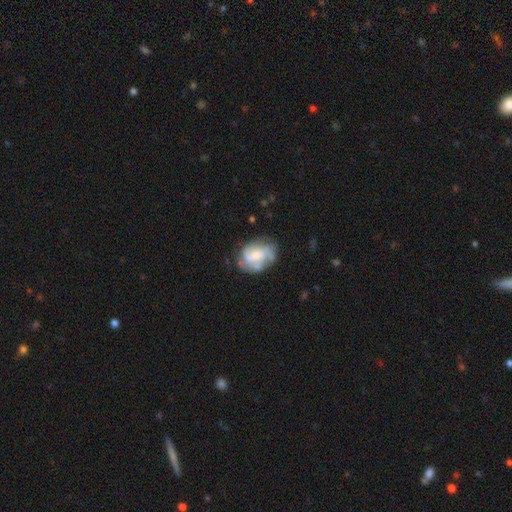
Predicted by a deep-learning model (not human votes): Smooth or featured?
  - featured or disk: 69% *
  - smooth: 24%
  - star or artifact: 7%
Edge-on disk?
  - no: 98% *
  - yes: 2%
Bar?
  - no: 59% *
  - weak: 34%
  - strong: 7%
Spiral arms?
  - yes: 85% *
  - no: 15%
Spiral winding?
  - medium: 42% *
  - tight: 39%
  - loose: 18%
Spiral arm count?
  - 2: 33% *
  - can't tell: 27%
  - 3: 26%
  - 4: 6%
  - 1: 5%
  - more than 4: 3%
Bulge size?
  - moderate: 39% *
  - small: 27%
  - large: 17%
  - none: 15%
  - dominant: 2%
Merging?
  - none: 60% *
  - minor disturbance: 23%
  - major disturbance: 13%
  - merger: 3%